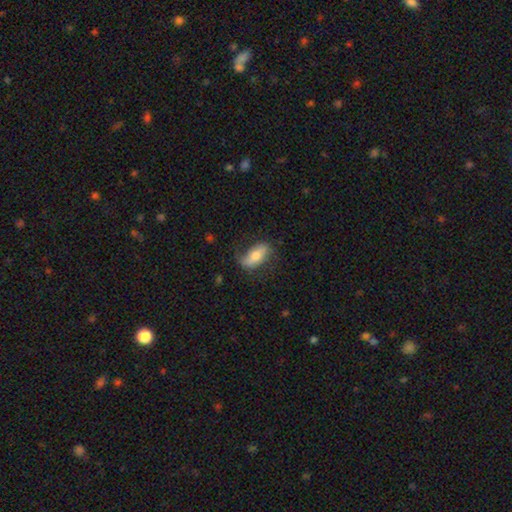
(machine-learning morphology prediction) Smooth or featured: smooth — 52% (featured or disk — 41%)
How rounded: in between — 84% (cigar-shaped — 12%)
Merging: none — 64% (minor disturbance — 24%)